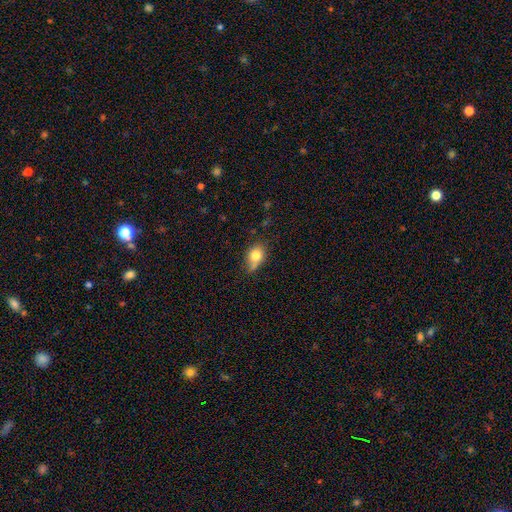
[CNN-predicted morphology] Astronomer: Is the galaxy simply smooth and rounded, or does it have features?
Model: smooth — 78%.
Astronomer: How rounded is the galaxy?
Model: in between — 62%.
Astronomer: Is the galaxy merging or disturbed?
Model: none — 49% (runner-up: minor disturbance, 33%).